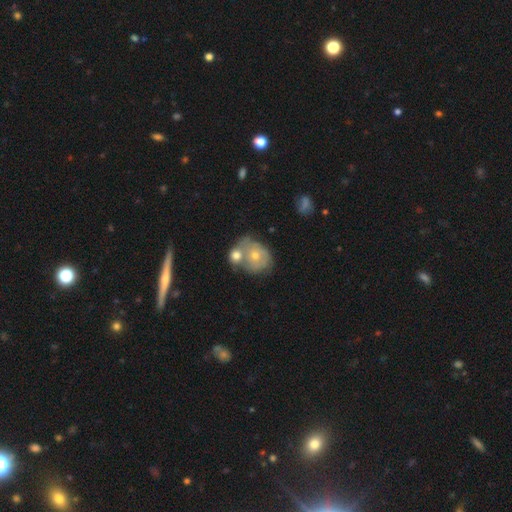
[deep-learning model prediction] Morphology: type=featured or disk (47%, tied with smooth); merging=merger (56%).